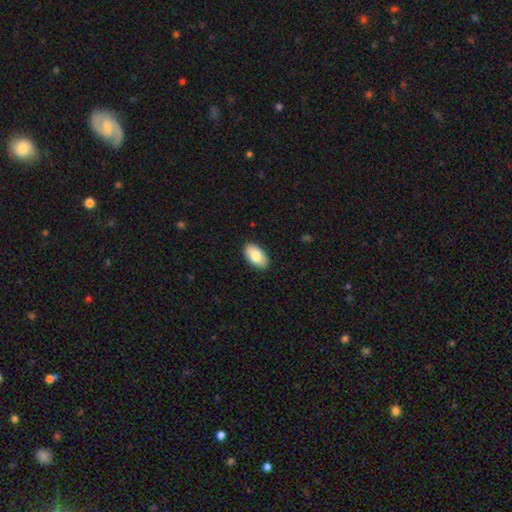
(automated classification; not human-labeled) Smooth or featured?
  - smooth: 81% *
  - featured or disk: 12%
  - star or artifact: 6%
How rounded?
  - in between: 95% *
  - round: 4%
  - cigar-shaped: 2%
Merging?
  - none: 89% *
  - minor disturbance: 8%
  - major disturbance: 2%
  - merger: 1%